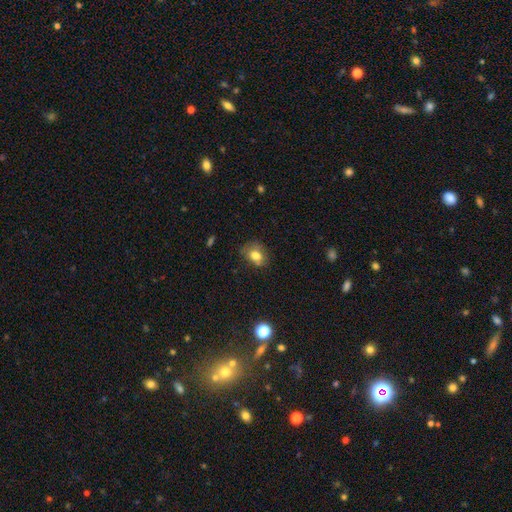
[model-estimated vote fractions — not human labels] Smooth or featured? smooth (75%)
How rounded? in between (68%)
Merging? none (60%)